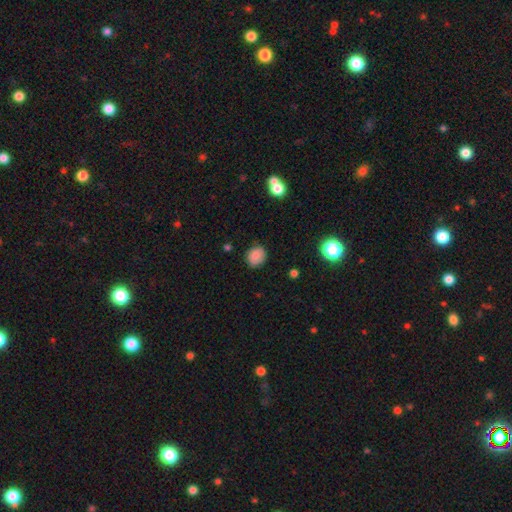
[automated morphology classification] This appears to be a smooth galaxy with no disk features (83%) that is round (68%). Merging: none (81%).